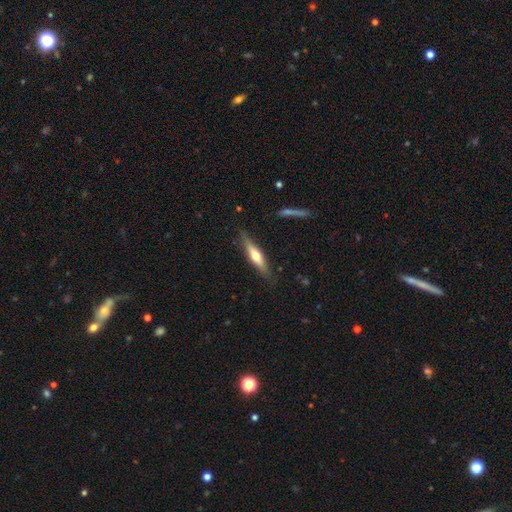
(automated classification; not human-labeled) The model was most divided on "smooth or featured": featured or disk: 50%, smooth: 45%, star or artifact: 6%. More confident: merging — none (83%).